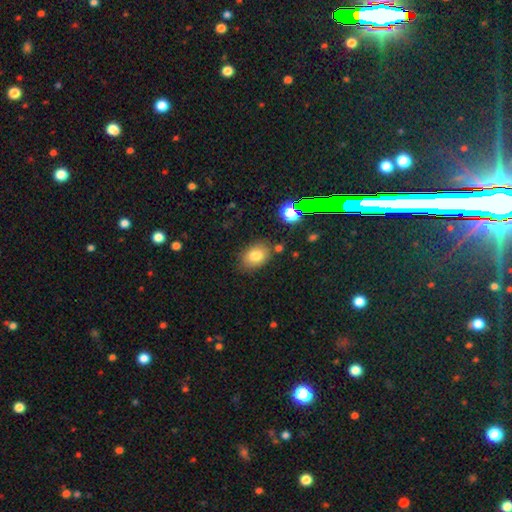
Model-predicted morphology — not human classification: This is likely a smooth galaxy (78%). How rounded: likely in between (76%). Merging: likely none (77%).